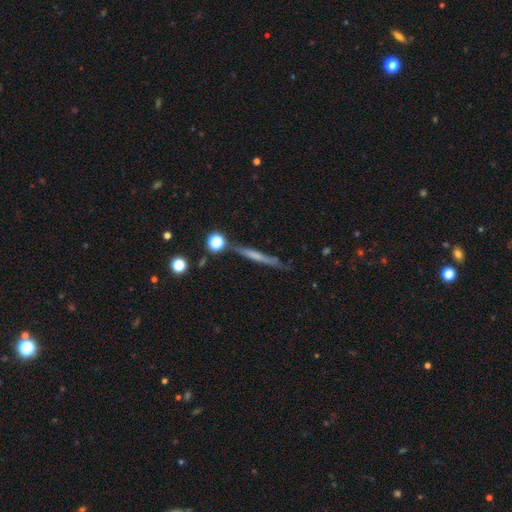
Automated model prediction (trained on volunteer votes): Smooth or featured? smooth (48%)
Merging? none (77%)